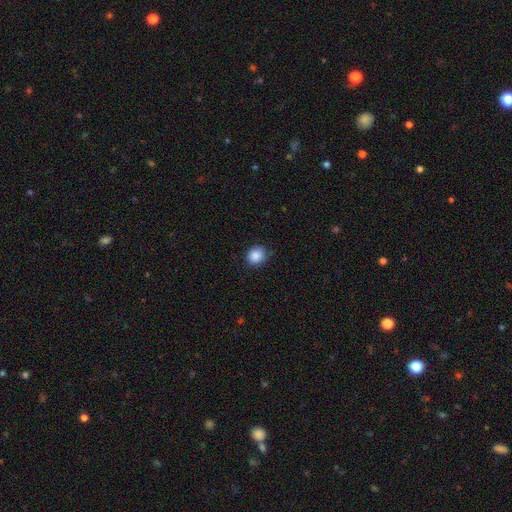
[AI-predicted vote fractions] Smooth or featured?
  - smooth: 87% *
  - star or artifact: 8%
  - featured or disk: 4%
How rounded?
  - round: 74% *
  - in between: 25%
  - cigar-shaped: 1%
Merging?
  - none: 74% *
  - minor disturbance: 22%
  - major disturbance: 4%
  - merger: 1%